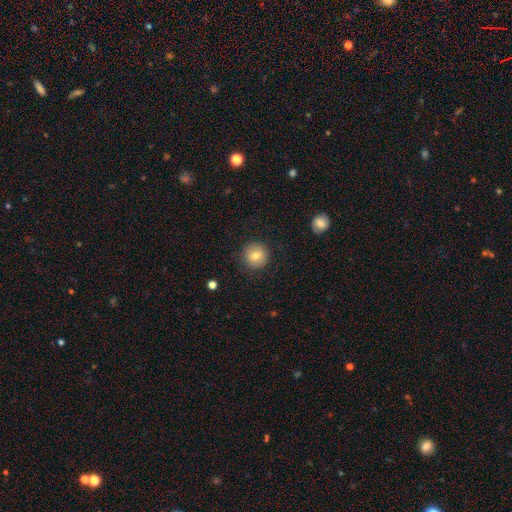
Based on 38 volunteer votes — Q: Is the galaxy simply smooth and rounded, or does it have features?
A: smooth — 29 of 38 (76%).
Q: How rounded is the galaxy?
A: round — 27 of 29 (93%).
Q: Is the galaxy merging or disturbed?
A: none — 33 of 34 (97%).